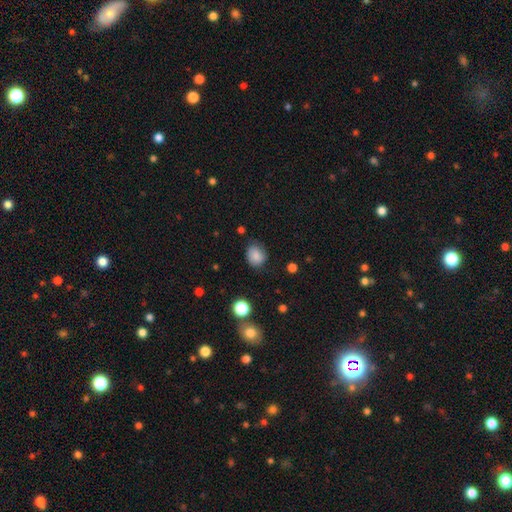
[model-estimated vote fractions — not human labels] smooth_or_featured: smooth (p=0.82) [alt: star or artifact p=0.10]
how_rounded: round (p=0.59) [alt: in between p=0.41]
merging: none (p=0.73) [alt: minor disturbance p=0.21]